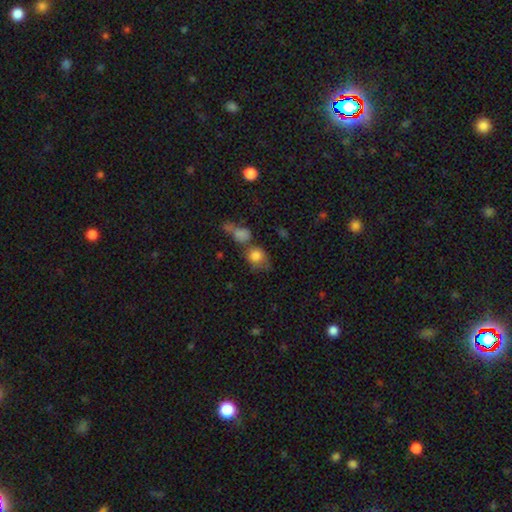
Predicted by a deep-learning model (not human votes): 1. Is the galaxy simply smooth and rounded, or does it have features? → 79% smooth, 11% star or artifact, 11% featured or disk.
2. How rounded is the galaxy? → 63% round, 36% in between, 2% cigar-shaped.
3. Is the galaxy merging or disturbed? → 37% none, 33% merger, 17% minor disturbance, 14% major disturbance.